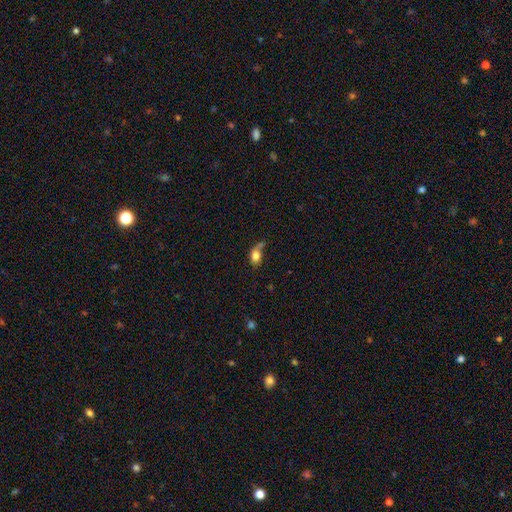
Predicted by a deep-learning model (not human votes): Smooth or featured? Predicted: smooth (p=0.76). How rounded? Predicted: in between (p=0.60). Merging? Predicted: none (p=0.32).